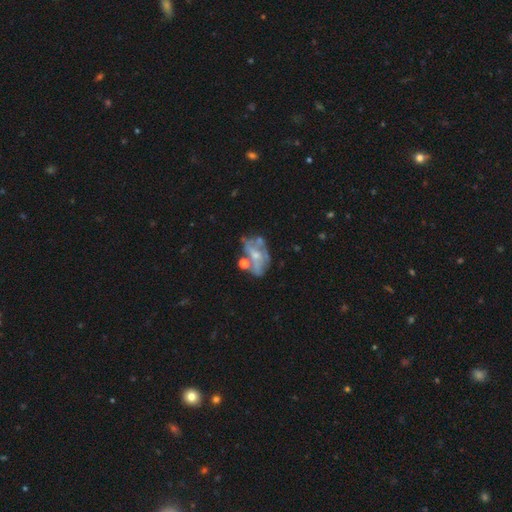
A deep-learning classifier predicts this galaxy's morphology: smooth-or-featured: featured or disk: 64% | smooth: 26% | star or artifact: 11%
  disk-edge-on: no: 95% | yes: 5%
    bar: no: 72% | weak: 21% | strong: 7%
    has-spiral-arms: no: 69% | yes: 31%
    bulge-size: small: 49% | moderate: 36% | none: 11% | large: 2% | dominant: 1%
  merging: none: 35% | merger: 22% | major disturbance: 21% | minor disturbance: 21%